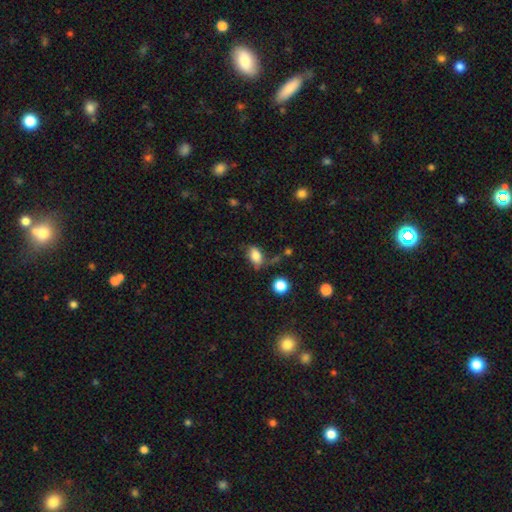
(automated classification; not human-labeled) Smooth or featured?
  - smooth: 82% *
  - star or artifact: 10%
  - featured or disk: 8%
How rounded?
  - in between: 87% *
  - round: 10%
  - cigar-shaped: 3%
Merging?
  - none: 59% *
  - minor disturbance: 24%
  - major disturbance: 10%
  - merger: 7%